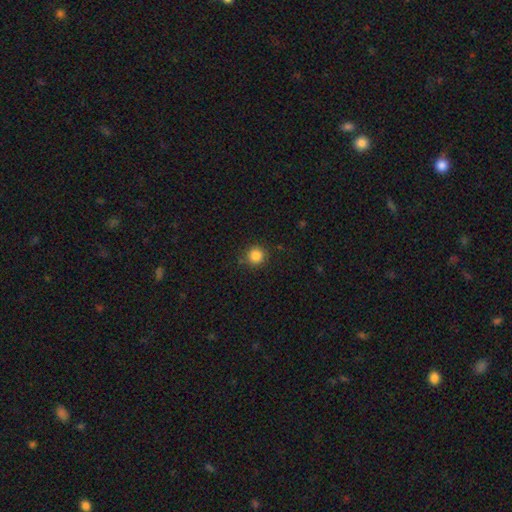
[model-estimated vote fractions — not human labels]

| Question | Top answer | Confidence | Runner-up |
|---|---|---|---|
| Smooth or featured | smooth | 85% | star or artifact (11%) |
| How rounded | round | 94% | in between (5%) |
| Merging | none | 87% | minor disturbance (8%) |